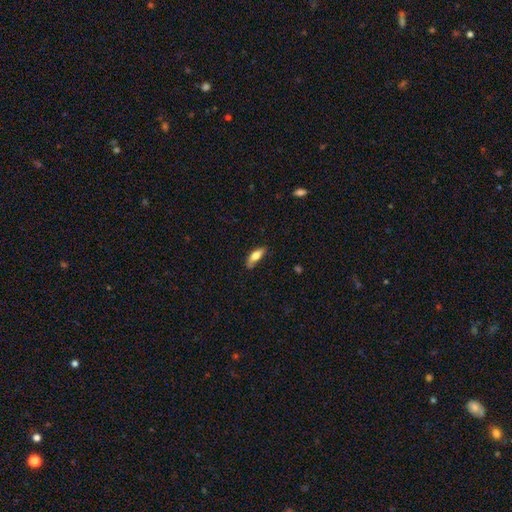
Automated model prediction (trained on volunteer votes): smooth-or-featured: smooth: 70% | featured or disk: 23% | star or artifact: 6%
  how-rounded: in between: 61% | cigar-shaped: 36% | round: 2%
  merging: none: 63% | minor disturbance: 28% | major disturbance: 7% | merger: 3%